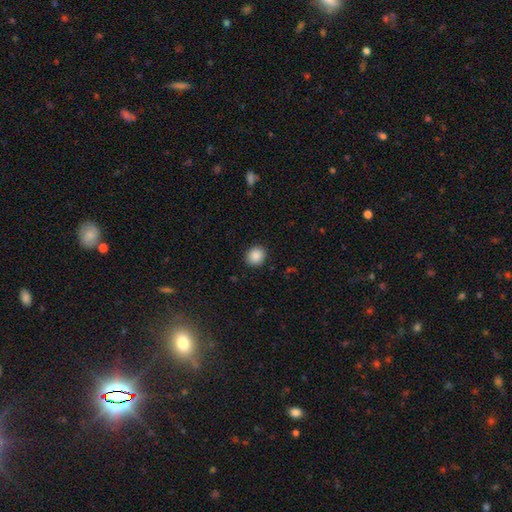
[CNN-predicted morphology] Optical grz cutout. It shows a smooth galaxy with no disk features (88%) that is round (85%). Merging: none (91%).